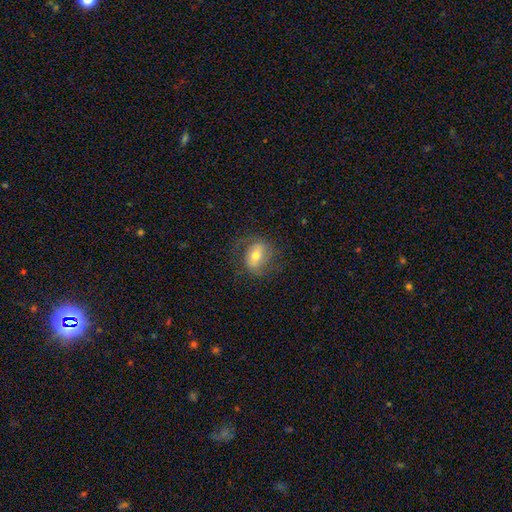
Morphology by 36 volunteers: This appears to be a featured or disk galaxy (58%) with a weak bar (47%), 2 (94%) medium (62%) spiral arms (84%) and a moderate central bulge (58%). Merging: none (59%).